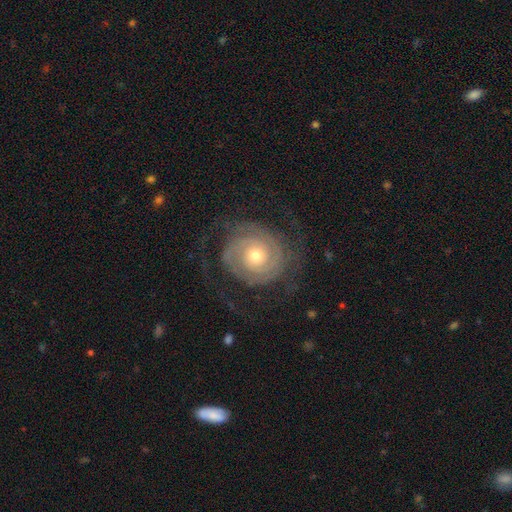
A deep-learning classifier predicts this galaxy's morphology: smooth_or_featured: featured or disk (p=0.86) [alt: smooth p=0.08]
disk_edge_on: no (p=0.97) [alt: yes p=0.03]
bar: no (p=0.79) [alt: weak p=0.16]
has_spiral_arms: yes (p=0.96) [alt: no p=0.04]
spiral_winding: tight (p=0.77) [alt: medium p=0.18]
spiral_arm_count: 2 (p=0.55) [alt: can't tell p=0.19]
bulge_size: moderate (p=0.53) [alt: small p=0.43]
merging: none (p=0.72) [alt: minor disturbance p=0.15]